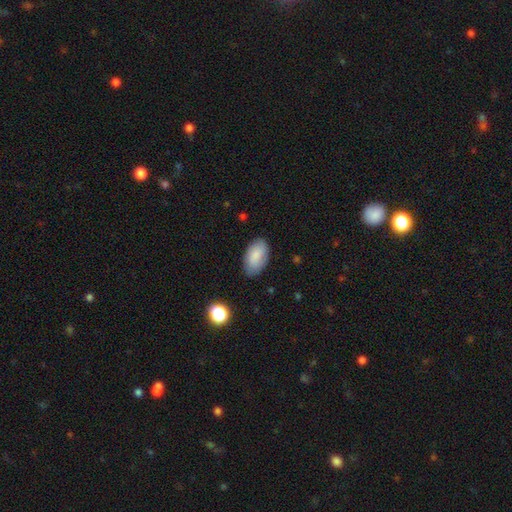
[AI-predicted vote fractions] smooth 84%, featured or disk 9%, star or artifact 7%. Down the decision tree: how rounded — in between (95%); merging — none (81%).